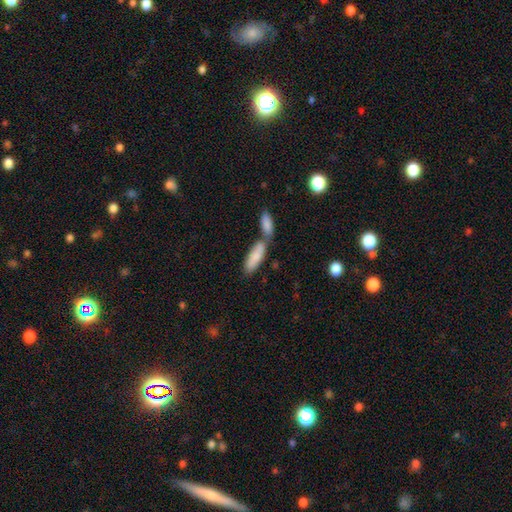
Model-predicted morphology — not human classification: Smooth or featured?
  - smooth: 83% *
  - featured or disk: 11%
  - star or artifact: 6%
How rounded?
  - in between: 58% *
  - cigar-shaped: 40%
  - round: 2%
Merging?
  - merger: 50% *
  - none: 37%
  - minor disturbance: 10%
  - major disturbance: 3%